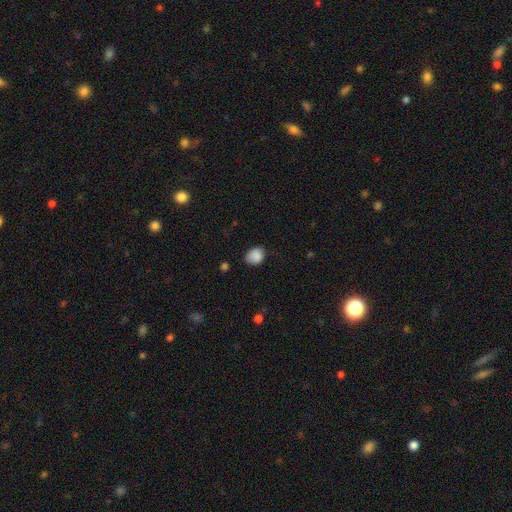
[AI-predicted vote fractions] Q: Smooth or featured?
A: smooth (86%); runner-up: star or artifact (9%)
Q: How rounded?
A: in between (54%); runner-up: round (45%)
Q: Merging?
A: none (64%); runner-up: minor disturbance (28%)